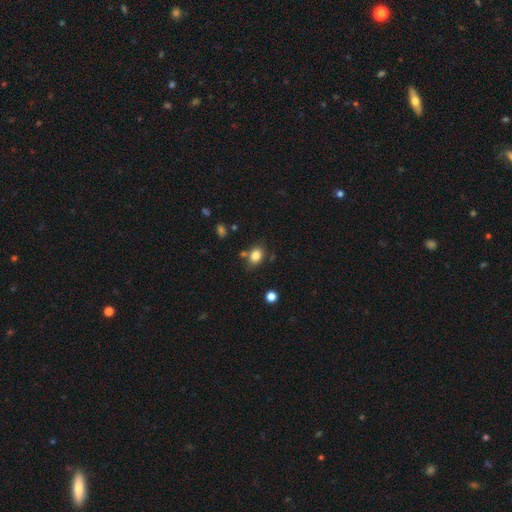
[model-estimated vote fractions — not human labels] Overall: smooth (82%). How rounded: in between (62%; round 37%). Merging: none (74%).